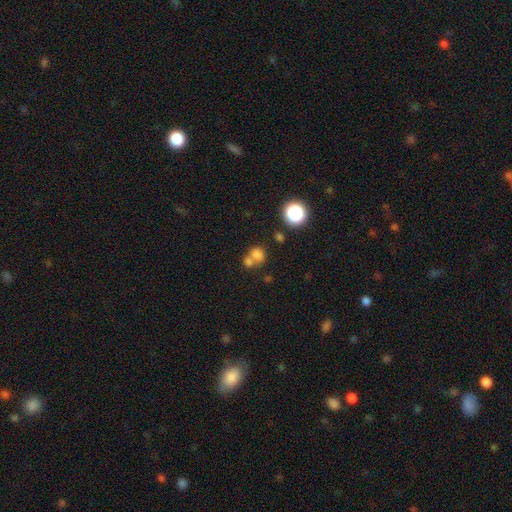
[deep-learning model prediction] smooth_or_featured: smooth (p=0.72) [alt: star or artifact p=0.17]
how_rounded: round (p=0.68) [alt: in between p=0.31]
merging: merger (p=0.52) [alt: none p=0.36]